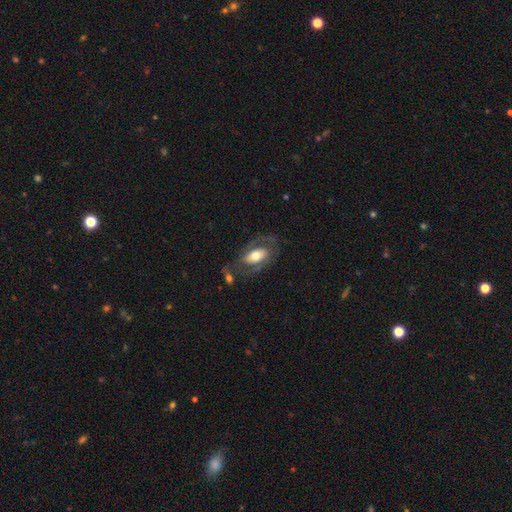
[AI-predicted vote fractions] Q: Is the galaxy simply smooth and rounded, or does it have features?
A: featured or disk — 62%.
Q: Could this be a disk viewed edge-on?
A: no — 91%.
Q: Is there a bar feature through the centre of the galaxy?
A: no — 52%.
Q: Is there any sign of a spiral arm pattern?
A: yes — 60%.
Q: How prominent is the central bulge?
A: moderate — 62%.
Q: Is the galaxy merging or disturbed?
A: none — 60%.